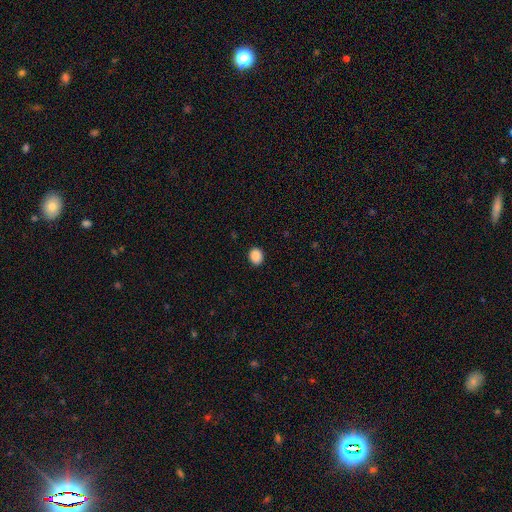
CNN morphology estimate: Smooth or featured? smooth (89%)
How rounded? round (58%)
Merging? none (90%)